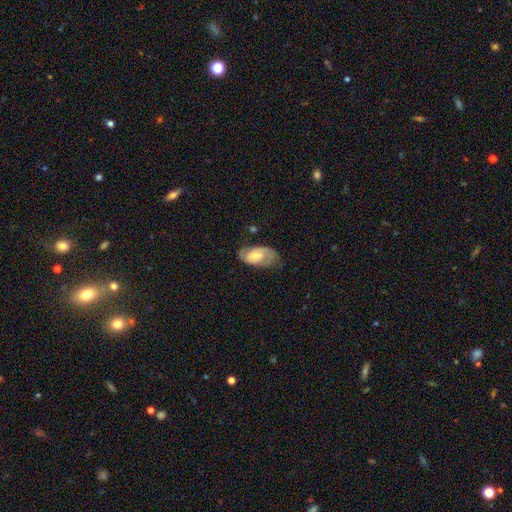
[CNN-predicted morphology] Smooth or featured: featured or disk — 52% (smooth — 42%)
Edge-on disk: no — 94% (yes — 6%)
Merging: none — 48% (minor disturbance — 33%)